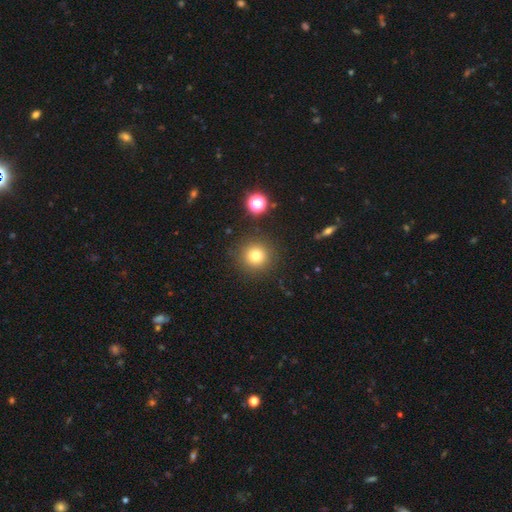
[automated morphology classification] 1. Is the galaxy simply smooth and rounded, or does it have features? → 77% smooth, 15% star or artifact, 9% featured or disk.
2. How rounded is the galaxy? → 95% round, 4% in between, 1% cigar-shaped.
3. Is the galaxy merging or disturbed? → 88% none, 7% minor disturbance, 3% major disturbance, 2% merger.